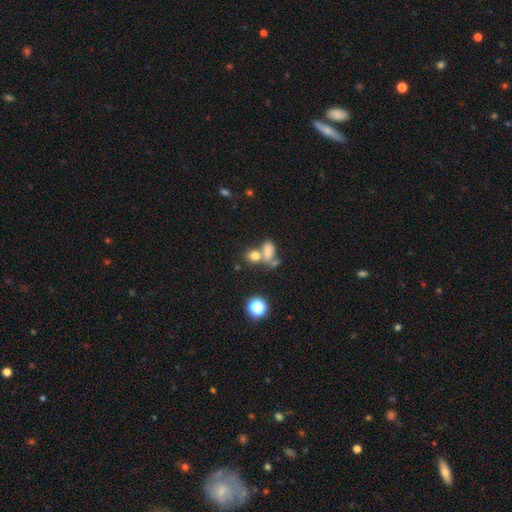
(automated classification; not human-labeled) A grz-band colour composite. It shows a smooth galaxy with no disk features (74%) that is in between round and cigar-shaped (56%). Merging: merger (44%).